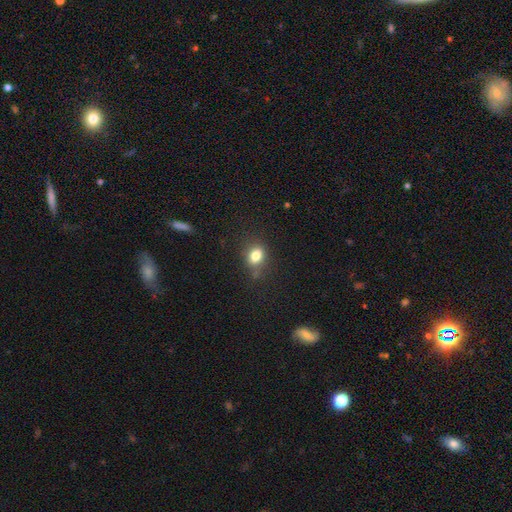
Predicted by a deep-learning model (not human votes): smooth-or-featured: smooth: 81% | star or artifact: 12% | featured or disk: 8%
  how-rounded: in between: 60% | round: 38% | cigar-shaped: 2%
  merging: none: 72% | minor disturbance: 20% | major disturbance: 6% | merger: 3%